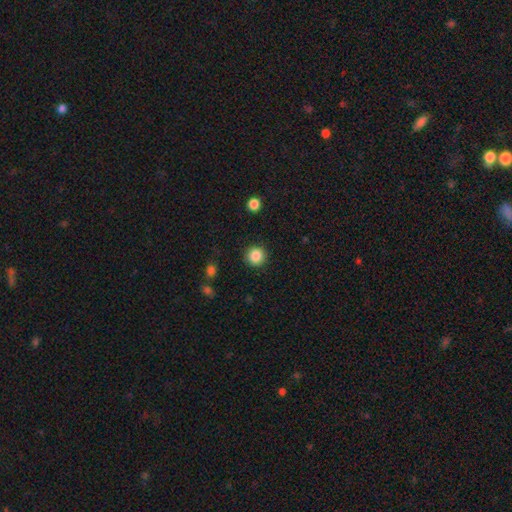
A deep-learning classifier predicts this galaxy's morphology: A smooth galaxy with no disk features (86%) that is round (94%).

Vote fractions:
- Smooth or featured? smooth: 86% / star or artifact: 10% / featured or disk: 4%
- How rounded? round: 94% / in between: 5% / cigar-shaped: 1%
- Merging? none: 91% / minor disturbance: 6% / major disturbance: 2% / merger: 1%